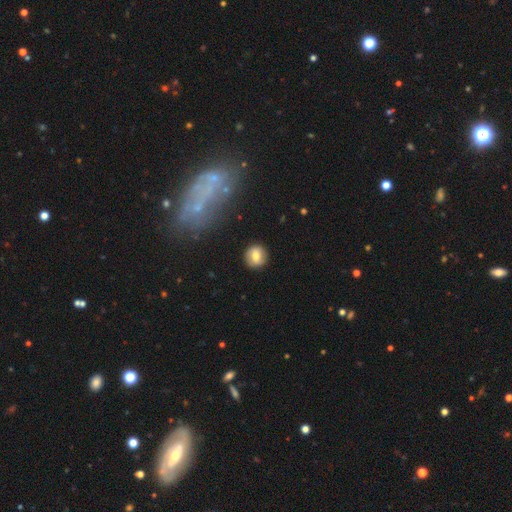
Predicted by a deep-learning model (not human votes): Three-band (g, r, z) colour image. It shows a smooth galaxy with no disk features (69%) that is round (88%). Merging: none (88%).